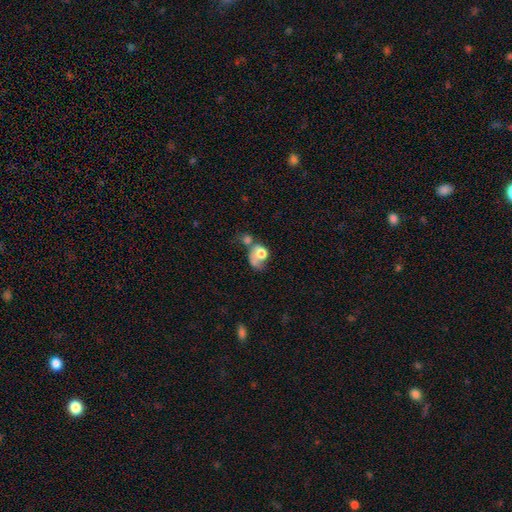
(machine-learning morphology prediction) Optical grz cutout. It shows a smooth galaxy with no disk features (43%). Merging: merger (40%).